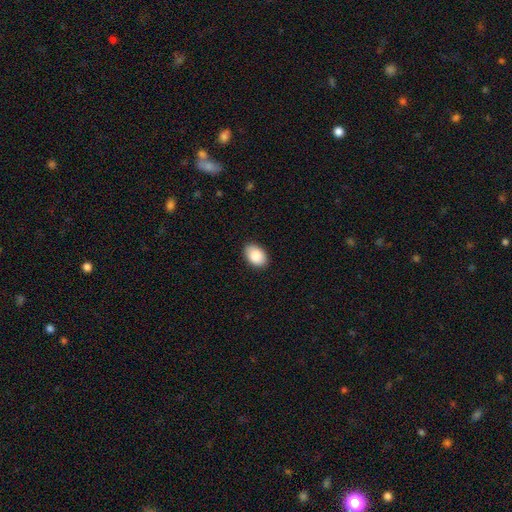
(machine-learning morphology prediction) Q: Smooth or featured?
A: smooth (87%); runner-up: star or artifact (7%)
Q: How rounded?
A: in between (86%); runner-up: round (13%)
Q: Merging?
A: none (88%); runner-up: minor disturbance (9%)